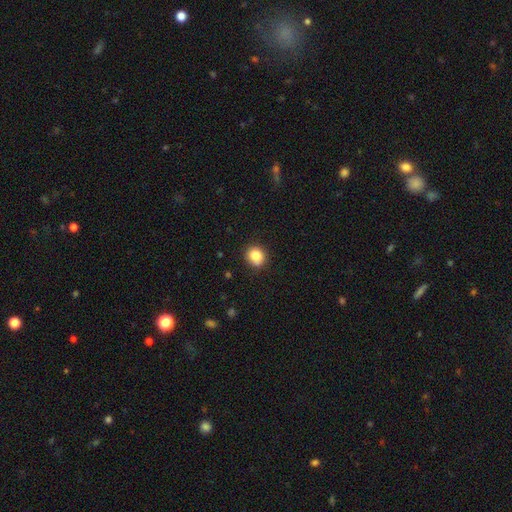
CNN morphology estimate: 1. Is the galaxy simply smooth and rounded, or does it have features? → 83% smooth, 10% star or artifact, 7% featured or disk.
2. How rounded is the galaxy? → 81% round, 18% in between, 1% cigar-shaped.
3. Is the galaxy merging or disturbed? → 79% none, 15% minor disturbance, 3% merger, 3% major disturbance.